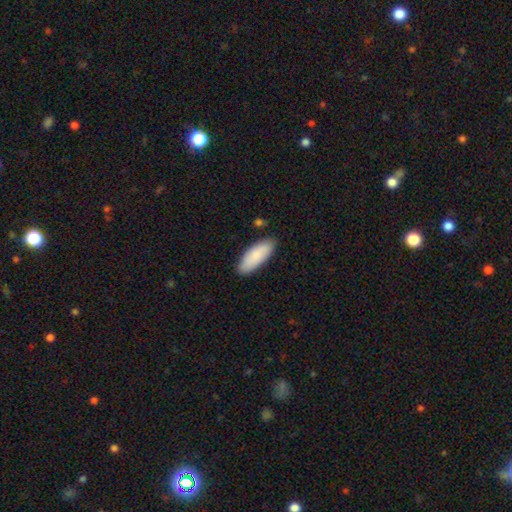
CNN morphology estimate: Smooth or featured?
  - smooth: 86% *
  - featured or disk: 9%
  - star or artifact: 5%
How rounded?
  - in between: 75% *
  - cigar-shaped: 23%
  - round: 2%
Merging?
  - none: 84% *
  - minor disturbance: 12%
  - major disturbance: 2%
  - merger: 2%